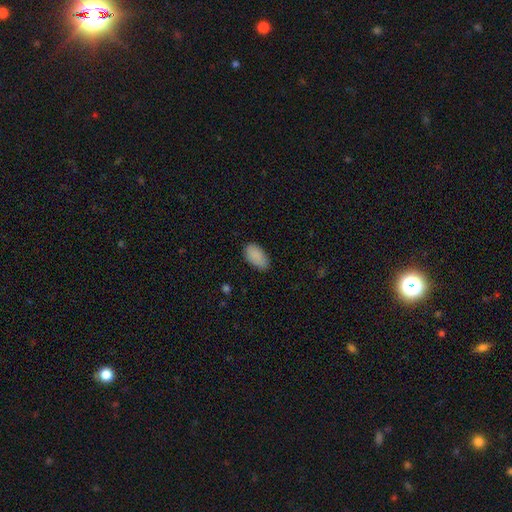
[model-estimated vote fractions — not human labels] A smooth galaxy with no disk features (89%) that is in between round and cigar-shaped (94%).

Vote fractions:
- Smooth or featured? smooth: 89% / star or artifact: 7% / featured or disk: 4%
- How rounded? in between: 94% / round: 3% / cigar-shaped: 2%
- Merging? none: 78% / minor disturbance: 18% / major disturbance: 3% / merger: 1%